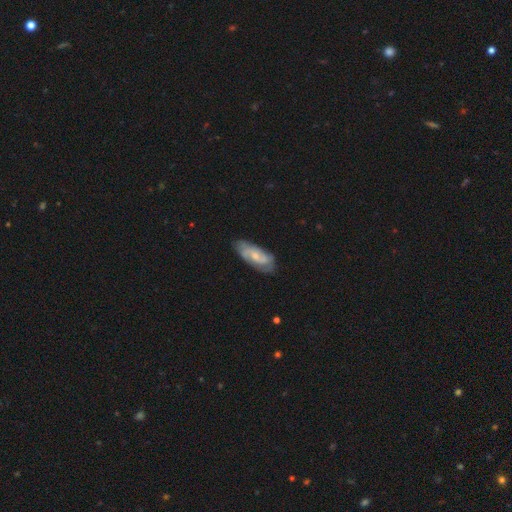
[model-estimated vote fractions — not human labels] The model was most divided on "spiral winding": medium: 44%, tight: 37%, loose: 20%. More confident: edge-on disk — no (91%); spiral arms — yes (87%); merging — none (74%); spiral arm count — 2 (66%); smooth or featured — featured or disk (63%); bar — no (51%); bulge size — small (51%).